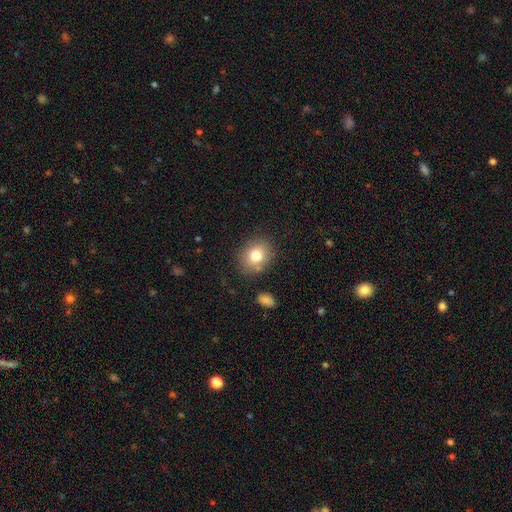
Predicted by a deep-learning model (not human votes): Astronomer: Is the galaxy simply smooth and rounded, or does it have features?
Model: smooth — 78%.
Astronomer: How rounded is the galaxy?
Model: round — 60% (runner-up: in between, 40%).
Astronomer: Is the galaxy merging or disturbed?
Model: none — 80%.